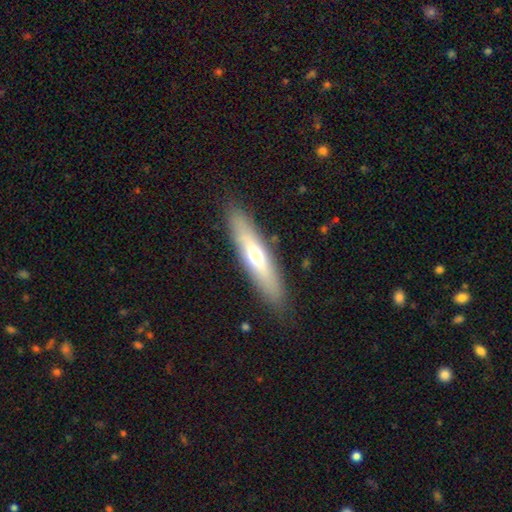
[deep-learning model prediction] Morphology: type=smooth (54%); roundness=cigar-shaped (76%); merging=none (87%).